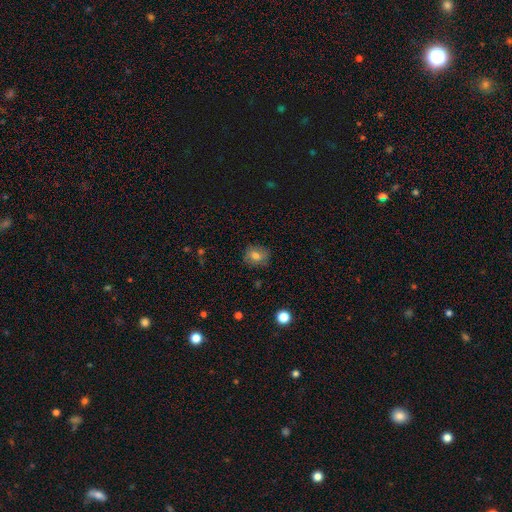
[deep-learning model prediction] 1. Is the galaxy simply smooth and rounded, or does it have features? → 74% smooth, 15% featured or disk, 11% star or artifact.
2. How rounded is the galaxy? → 65% round, 34% in between, 1% cigar-shaped.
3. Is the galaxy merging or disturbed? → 79% none, 16% minor disturbance, 4% major disturbance, 1% merger.